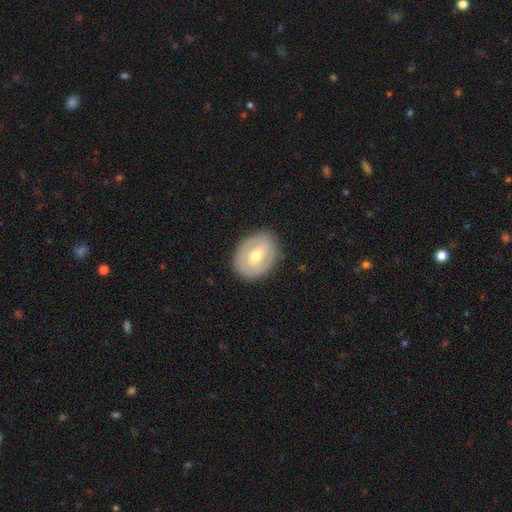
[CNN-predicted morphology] This is possibly a featured or disk galaxy (50%). Merging: clearly none (85%).